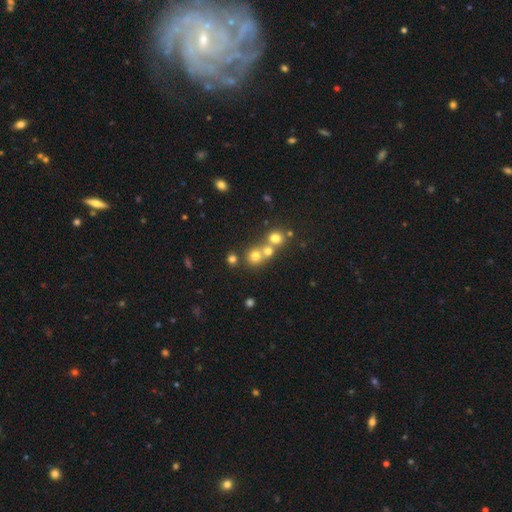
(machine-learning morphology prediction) This is likely a smooth galaxy (69%). How rounded: clearly round (85%). Merging: possibly none (47%).